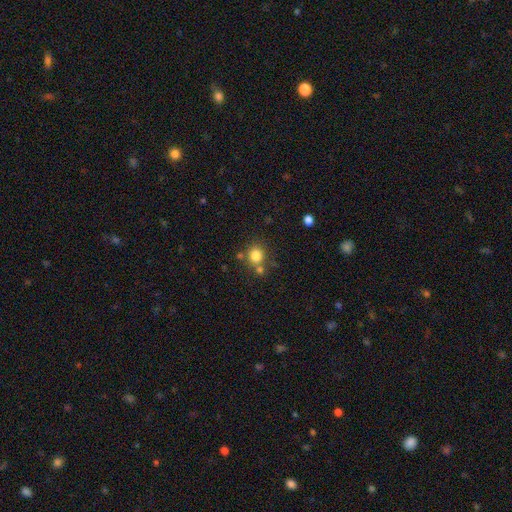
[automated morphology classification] smooth 81%, star or artifact 12%, featured or disk 7%. Down the decision tree: how rounded — round (86%); merging — none (68%).